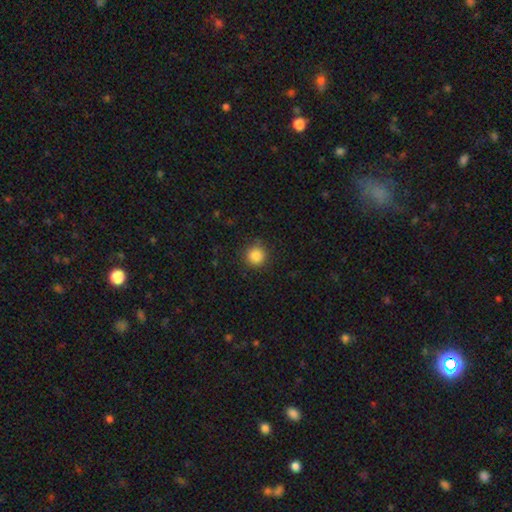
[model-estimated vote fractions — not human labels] A smooth galaxy with no disk features (86%) that is round (94%). Merging: none (88%).